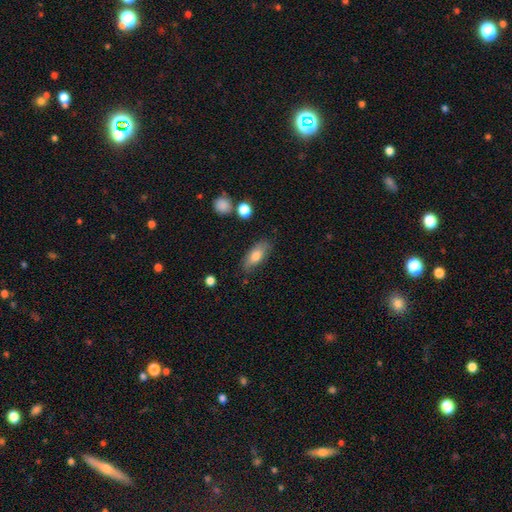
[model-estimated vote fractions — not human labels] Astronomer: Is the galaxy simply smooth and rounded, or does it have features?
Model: smooth — 75%.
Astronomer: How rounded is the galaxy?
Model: in between — 83%.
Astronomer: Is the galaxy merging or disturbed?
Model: none — 75%.